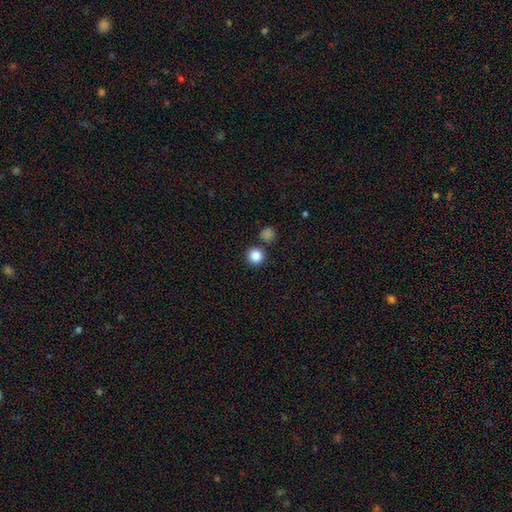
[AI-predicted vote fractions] This is clearly a smooth galaxy (85%). How rounded: clearly round (95%). Merging: clearly none (85%).